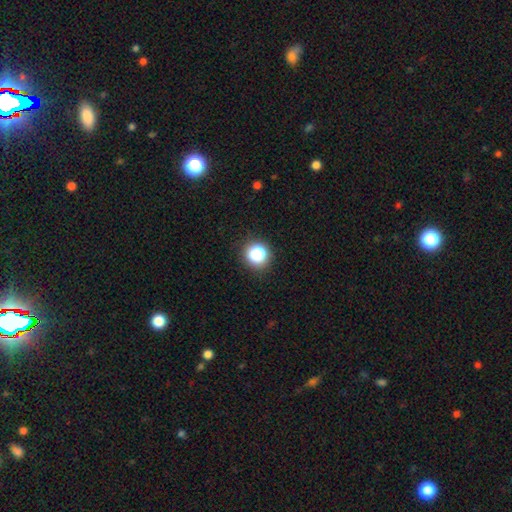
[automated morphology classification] smooth-or-featured: smooth: 75% | star or artifact: 18% | featured or disk: 7%
  how-rounded: round: 91% | in between: 8% | cigar-shaped: 1%
  merging: none: 85% | minor disturbance: 8% | merger: 4% | major disturbance: 3%